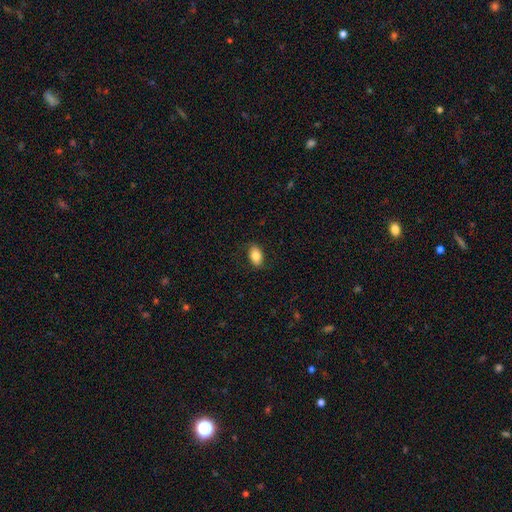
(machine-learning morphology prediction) This appears to be a smooth galaxy with no disk features (82%) that is in between round and cigar-shaped (89%). Merging: none (84%).